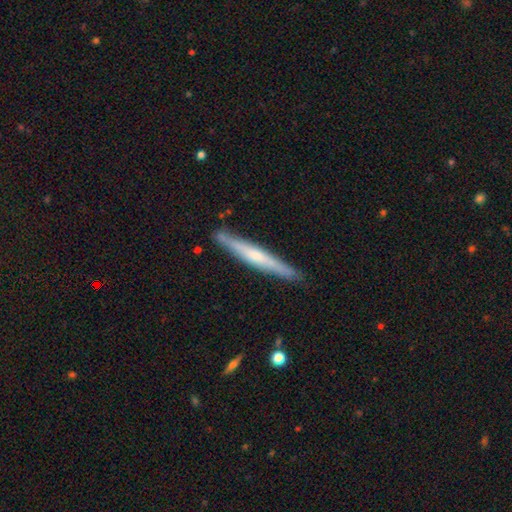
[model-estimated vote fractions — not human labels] This is possibly a featured or disk galaxy (55%). It is clearly viewed edge-on (96%). Edge-on bulge: possibly rounded (50%). Merging: clearly none (88%).